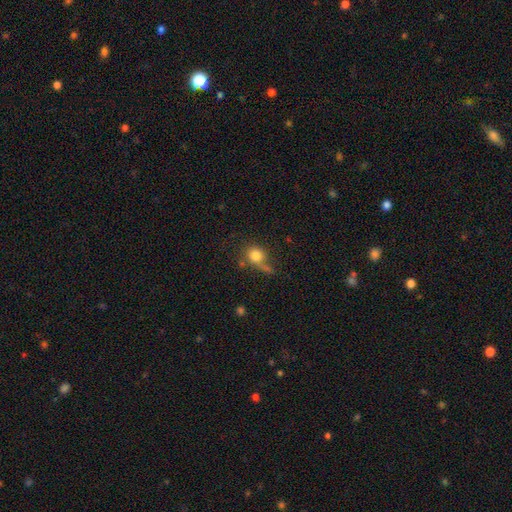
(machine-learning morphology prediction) smooth 79%, featured or disk 11%, star or artifact 10%. Down the decision tree: how rounded — round (77%); merging — none (45%).